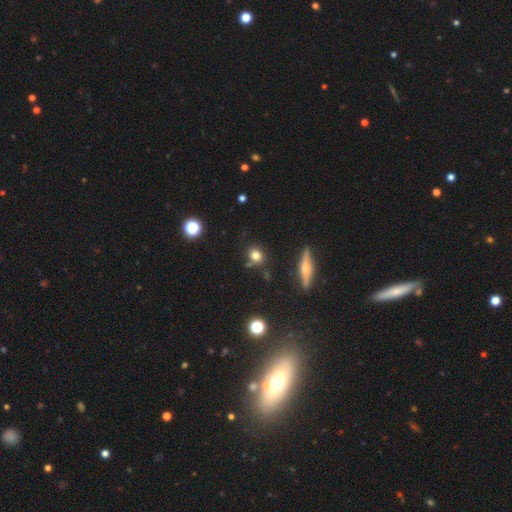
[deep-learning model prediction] Smooth or featured?
  - smooth: 76% *
  - star or artifact: 14%
  - featured or disk: 10%
How rounded?
  - round: 68% *
  - in between: 29%
  - cigar-shaped: 3%
Merging?
  - none: 76% *
  - minor disturbance: 13%
  - merger: 7%
  - major disturbance: 4%